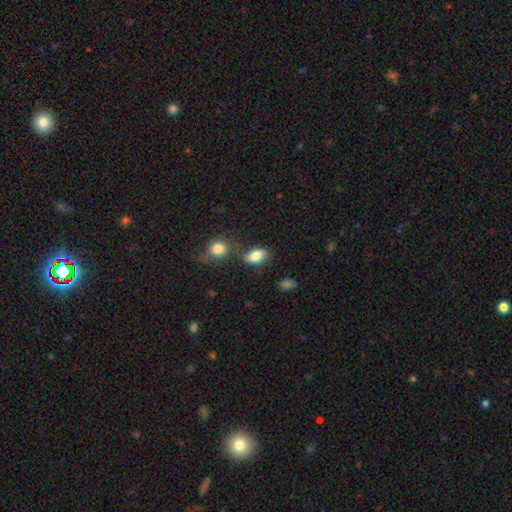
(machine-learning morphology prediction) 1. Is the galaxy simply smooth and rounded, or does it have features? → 83% smooth, 9% featured or disk, 8% star or artifact.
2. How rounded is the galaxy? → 86% in between, 11% round, 2% cigar-shaped.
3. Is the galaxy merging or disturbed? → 55% none, 19% minor disturbance, 19% merger, 7% major disturbance.